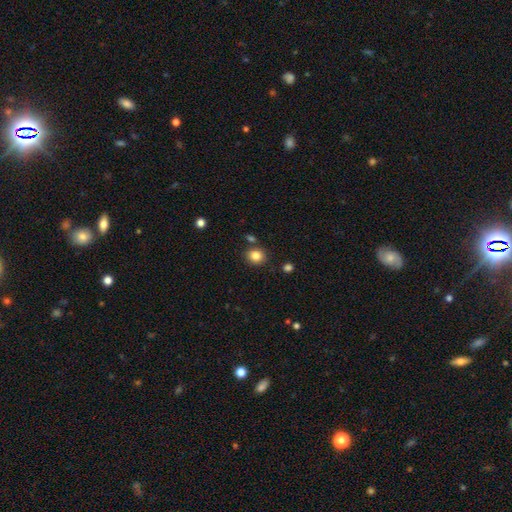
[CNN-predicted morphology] Smooth or featured? smooth (84%)
How rounded? round (73%)
Merging? none (82%)